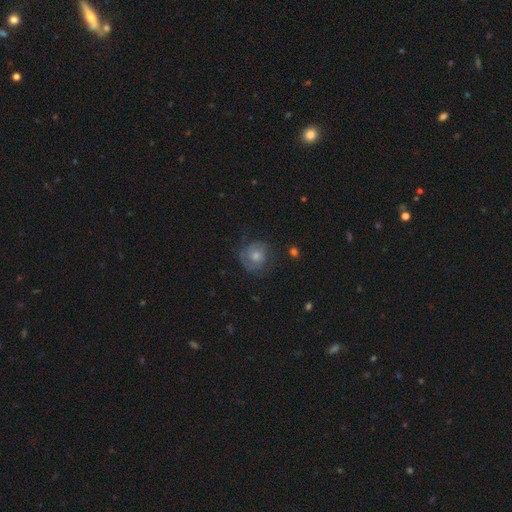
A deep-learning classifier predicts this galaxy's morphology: smooth 47%, featured or disk 44%, star or artifact 9%. Down the decision tree: merging — none (64%).